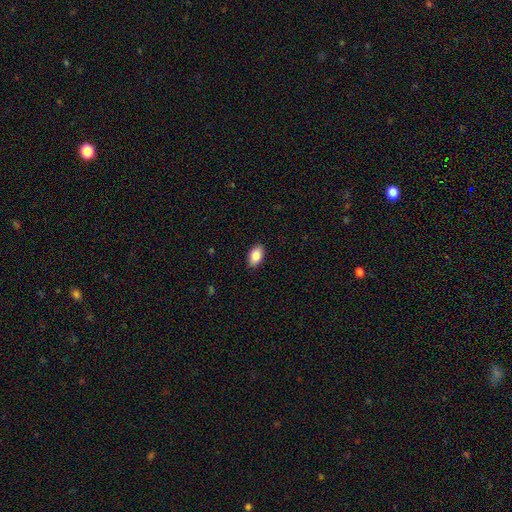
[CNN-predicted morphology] Smooth or featured: smooth — 87% (star or artifact — 7%)
How rounded: in between — 93% (round — 5%)
Merging: none — 89% (minor disturbance — 8%)